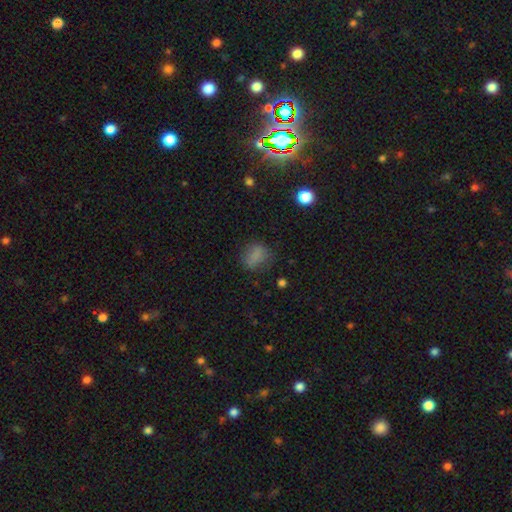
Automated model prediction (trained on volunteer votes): smooth-or-featured: smooth: 78% | star or artifact: 14% | featured or disk: 9%
  how-rounded: in between: 56% | round: 41% | cigar-shaped: 2%
  merging: none: 71% | minor disturbance: 19% | major disturbance: 8% | merger: 2%